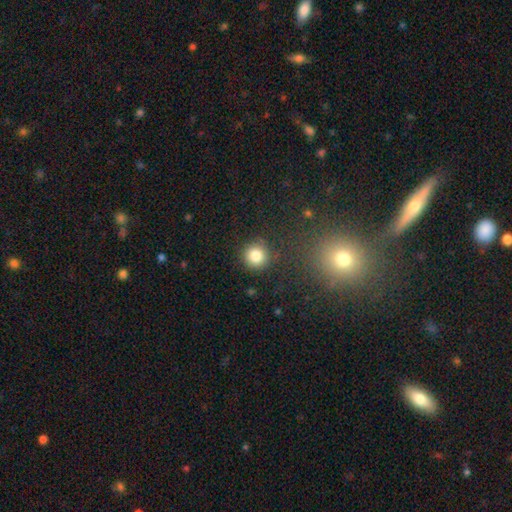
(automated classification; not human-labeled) Smooth or featured?
  - smooth: 83% *
  - star or artifact: 12%
  - featured or disk: 6%
How rounded?
  - round: 94% *
  - in between: 5%
  - cigar-shaped: 1%
Merging?
  - none: 86% *
  - minor disturbance: 8%
  - major disturbance: 3%
  - merger: 2%